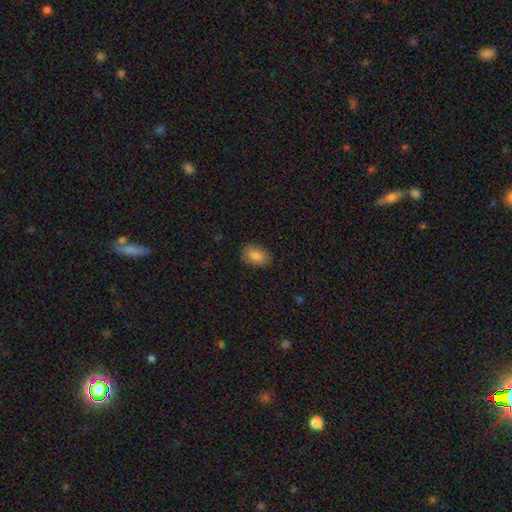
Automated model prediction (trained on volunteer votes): smooth_or_featured: smooth (p=0.85) [alt: star or artifact p=0.08]
how_rounded: in between (p=0.86) [alt: round p=0.13]
merging: none (p=0.85) [alt: minor disturbance p=0.11]